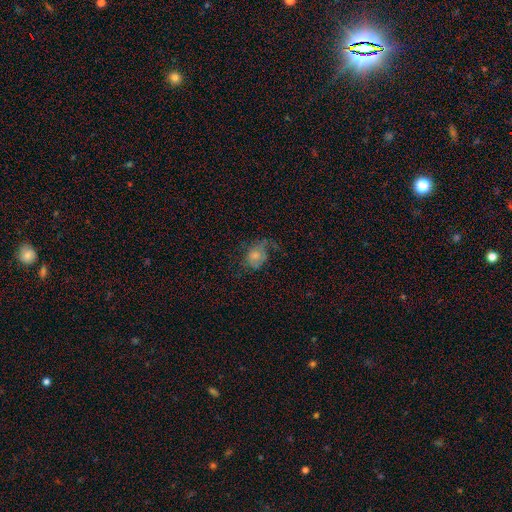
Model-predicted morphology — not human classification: The model was most divided on "merging": none: 35%, major disturbance: 34%, minor disturbance: 28%, merger: 3%. More confident: how rounded — in between (63%); smooth or featured — smooth (62%).